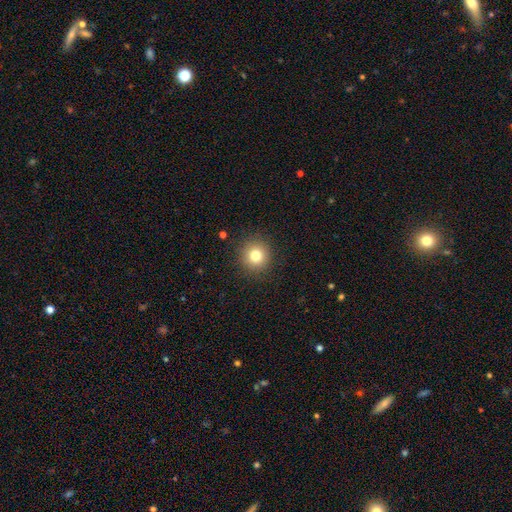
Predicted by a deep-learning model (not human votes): Smooth or featured? smooth (79%)
How rounded? round (93%)
Merging? none (90%)